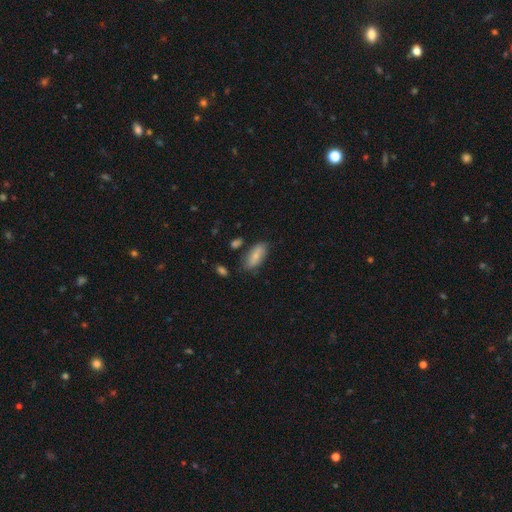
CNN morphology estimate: smooth 76%, featured or disk 18%, star or artifact 7%. Down the decision tree: how rounded — in between (83%); merging — none (74%).